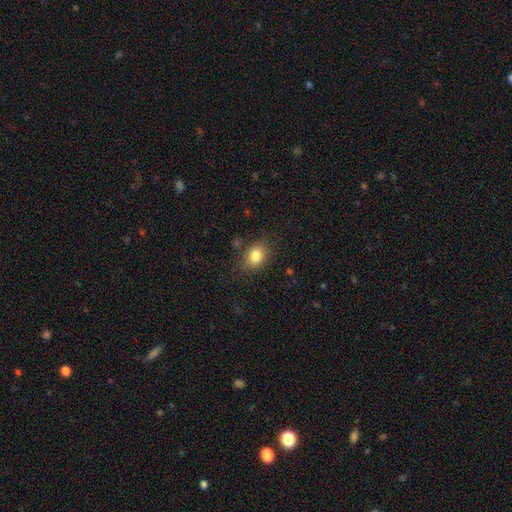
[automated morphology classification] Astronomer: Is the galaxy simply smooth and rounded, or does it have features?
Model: smooth — 83%.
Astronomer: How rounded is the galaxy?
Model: in between — 58% (runner-up: round, 41%).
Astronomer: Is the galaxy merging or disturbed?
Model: none — 79%.